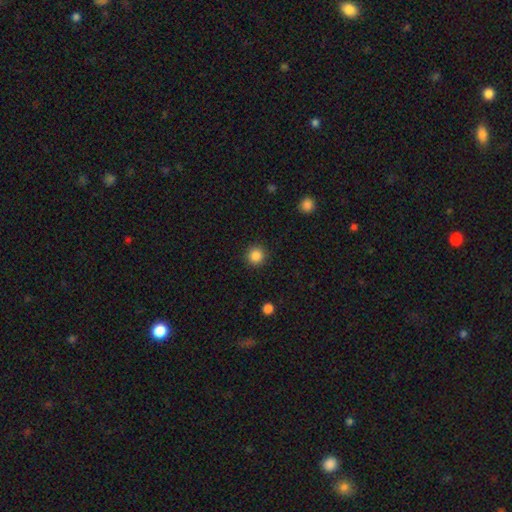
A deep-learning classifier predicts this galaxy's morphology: The model was most divided on "smooth or featured": smooth: 86%, star or artifact: 11%, featured or disk: 3%. More confident: how rounded — round (95%); merging — none (92%).